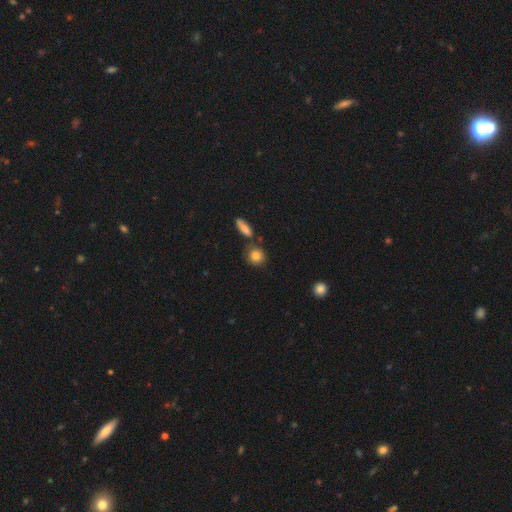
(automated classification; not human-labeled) Morphology: type=smooth (83%); roundness=round (79%); merging=none (71%).